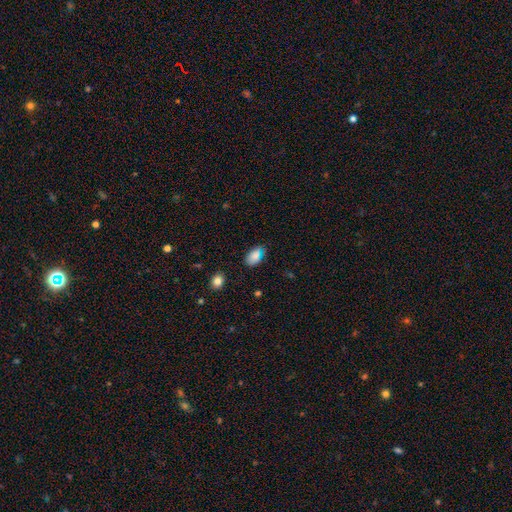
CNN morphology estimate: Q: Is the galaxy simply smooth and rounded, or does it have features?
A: smooth — 82%.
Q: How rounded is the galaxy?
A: in between — 90%.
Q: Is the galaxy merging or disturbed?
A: none — 67%.